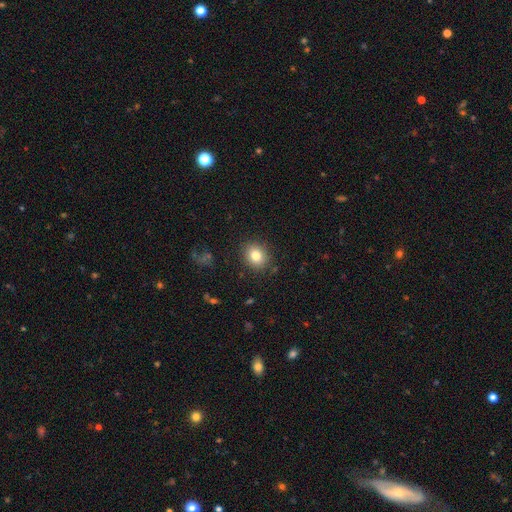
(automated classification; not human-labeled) This is clearly a smooth galaxy (81%). How rounded: likely round (67%). Merging: clearly none (87%).